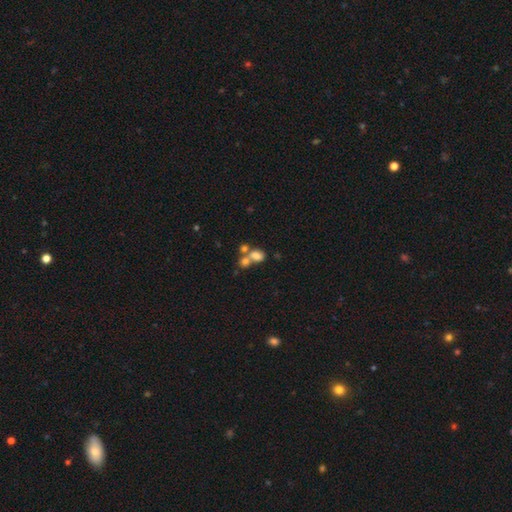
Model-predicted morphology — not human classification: This appears to be a smooth galaxy with no disk features (71%) that is in between round and cigar-shaped (63%). Merging: merger (59%).